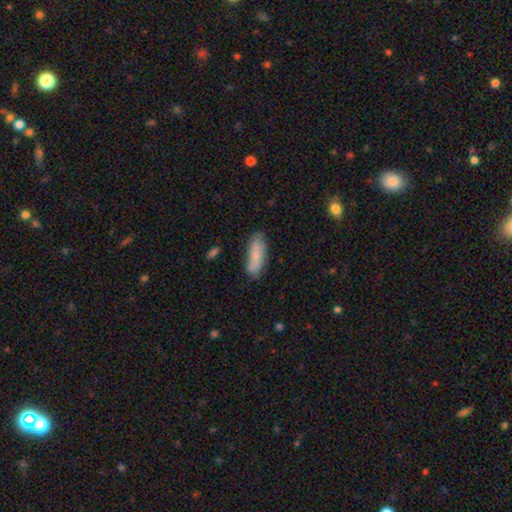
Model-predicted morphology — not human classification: Smooth or featured? Predicted: smooth (p=0.71). How rounded? Predicted: in between (p=0.63). Merging? Predicted: none (p=0.70).